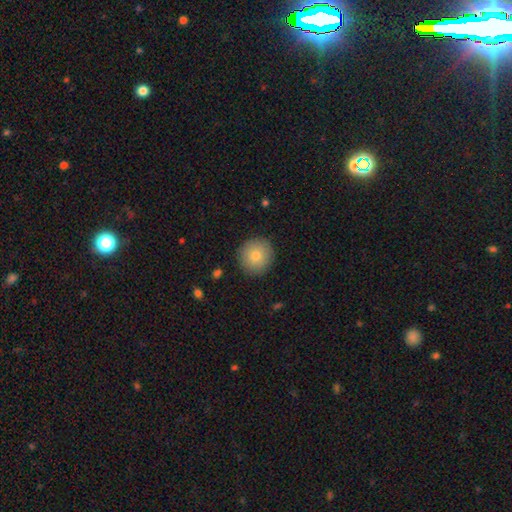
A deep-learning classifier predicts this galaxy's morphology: A smooth galaxy with no disk features (81%) that is round (93%). Merging: none (90%).